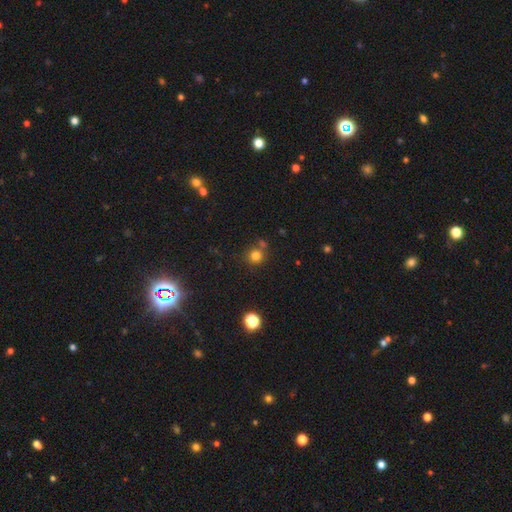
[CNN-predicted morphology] A smooth galaxy with no disk features (78%) that is round (90%). Merging: none (72%).